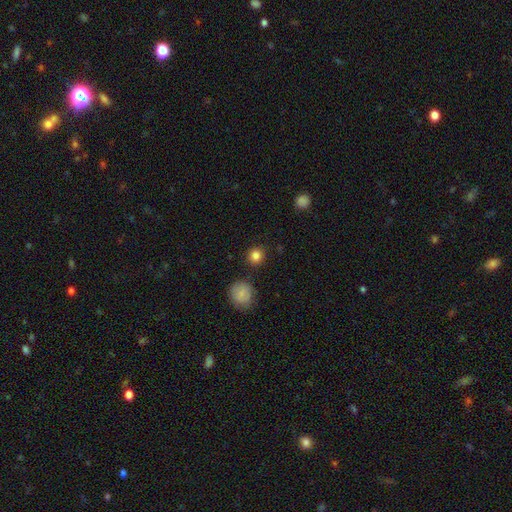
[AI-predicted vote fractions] This is clearly a smooth galaxy (84%). How rounded: clearly round (91%). Merging: clearly none (88%).